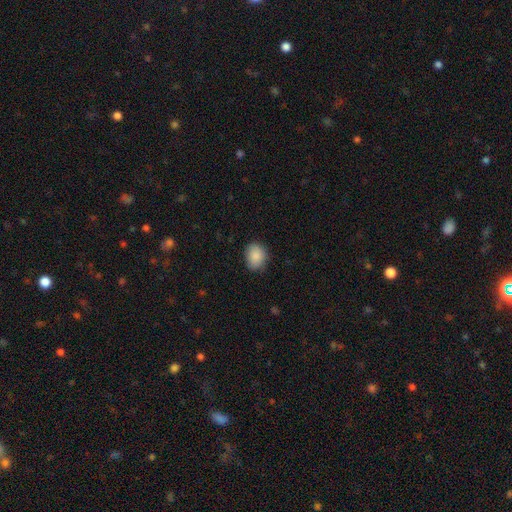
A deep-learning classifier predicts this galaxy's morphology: A smooth galaxy with no disk features (88%) that is in between round and cigar-shaped (50%).

Vote fractions:
- Smooth or featured? smooth: 88% / star or artifact: 7% / featured or disk: 5%
- How rounded? in between: 50% / round: 49% / cigar-shaped: 1%
- Merging? none: 80% / minor disturbance: 16% / major disturbance: 3% / merger: 1%